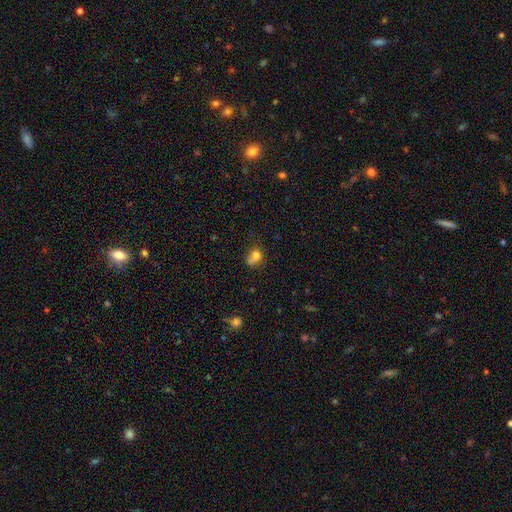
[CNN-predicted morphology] Smooth or featured: smooth — 74% (star or artifact — 13%)
How rounded: in between — 51% (round — 47%)
Merging: none — 37% (minor disturbance — 27%)